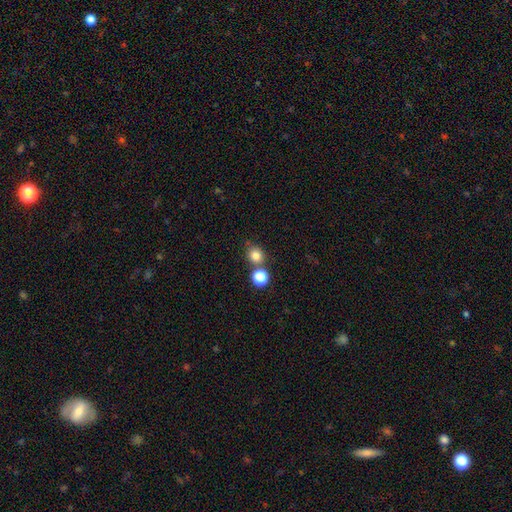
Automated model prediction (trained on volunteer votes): This appears to be a smooth galaxy with no disk features (80%) that is round (83%). Merging: none (71%).